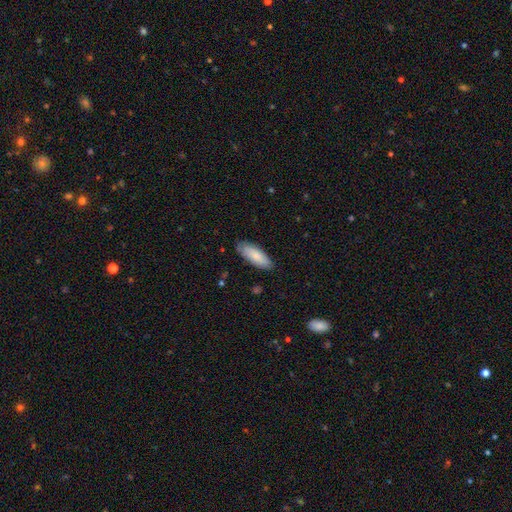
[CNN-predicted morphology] Q: Smooth or featured?
A: smooth (81%); runner-up: featured or disk (13%)
Q: How rounded?
A: in between (70%); runner-up: cigar-shaped (29%)
Q: Merging?
A: none (80%); runner-up: minor disturbance (16%)